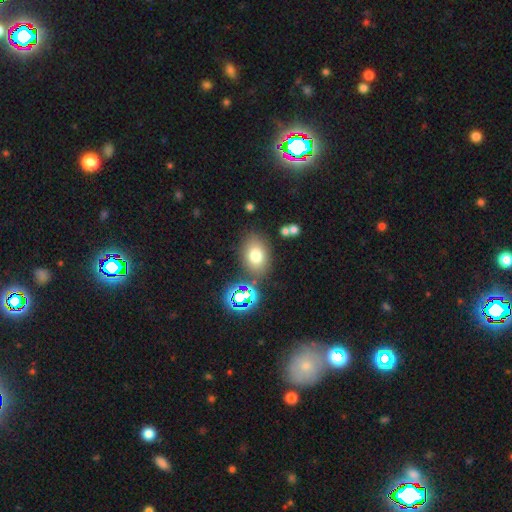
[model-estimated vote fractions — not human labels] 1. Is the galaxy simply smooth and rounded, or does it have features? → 73% smooth, 16% star or artifact, 12% featured or disk.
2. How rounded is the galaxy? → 75% in between, 24% round, 1% cigar-shaped.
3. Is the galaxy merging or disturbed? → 77% none, 12% minor disturbance, 7% merger, 4% major disturbance.